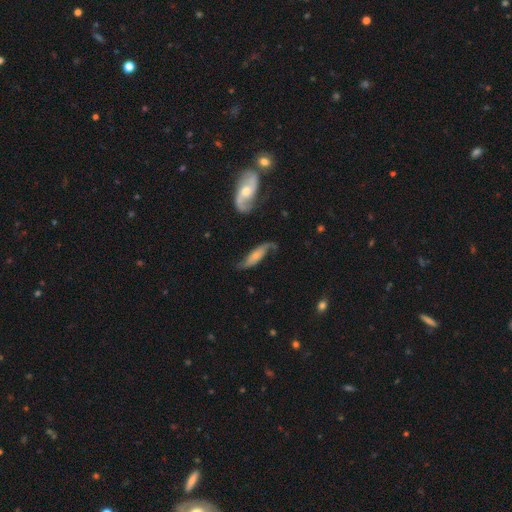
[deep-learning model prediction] smooth_or_featured: featured or disk (p=0.69) [alt: smooth p=0.25]
disk_edge_on: no (p=0.82) [alt: yes p=0.18]
bar: no (p=0.59) [alt: weak p=0.29]
has_spiral_arms: yes (p=0.92) [alt: no p=0.08]
spiral_winding: loose (p=0.73) [alt: medium p=0.20]
spiral_arm_count: 2 (p=0.87) [alt: 1 p=0.05]
bulge_size: small (p=0.54) [alt: moderate p=0.24]
merging: none (p=0.60) [alt: minor disturbance p=0.23]